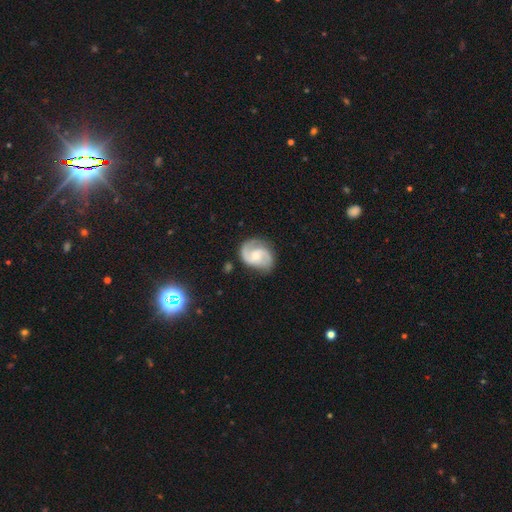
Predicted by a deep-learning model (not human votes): A featured or disk galaxy (86%) with no bar (52%), 2 (90%) medium (55%) spiral arms (97%) and a moderate central bulge (48%). Merging: none (75%).